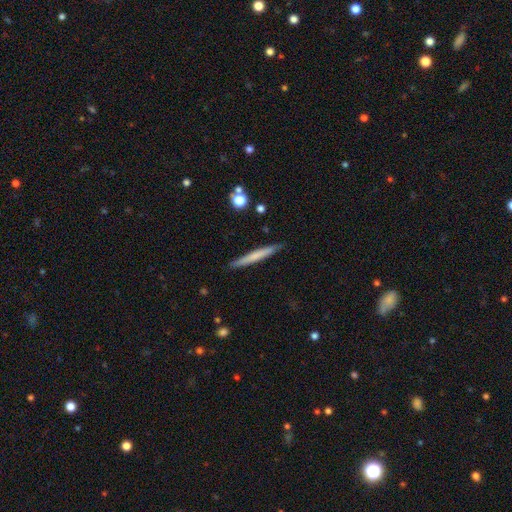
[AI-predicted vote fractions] smooth 61%, featured or disk 33%, star or artifact 6%. Down the decision tree: how rounded — cigar-shaped (96%); merging — none (90%).